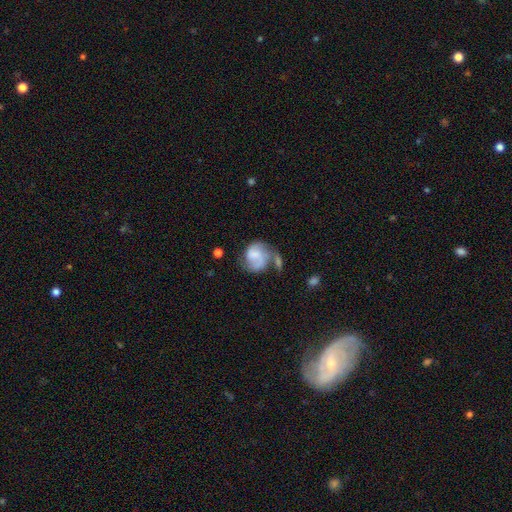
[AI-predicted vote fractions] Smooth or featured? featured or disk (59%)
Edge-on disk? no (98%)
Bar? no (55%)
Spiral arms? yes (86%)
Bulge size? none (39%)
Merging? none (39%)